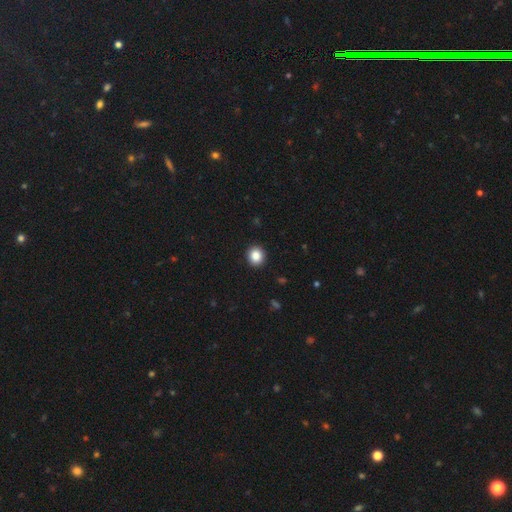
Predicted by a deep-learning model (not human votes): A smooth galaxy with no disk features (86%) that is round (87%). Merging: none (93%).